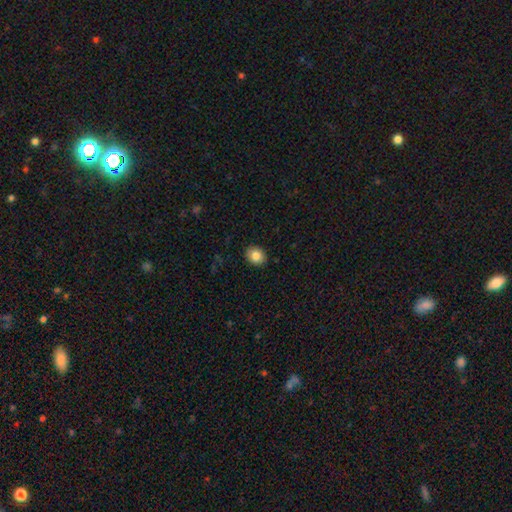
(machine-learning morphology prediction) A smooth galaxy with no disk features (84%) that is round (60%).

Vote fractions:
- Smooth or featured? smooth: 84% / star or artifact: 9% / featured or disk: 7%
- How rounded? round: 60% / in between: 39% / cigar-shaped: 1%
- Merging? none: 91% / minor disturbance: 7% / major disturbance: 2% / merger: 1%